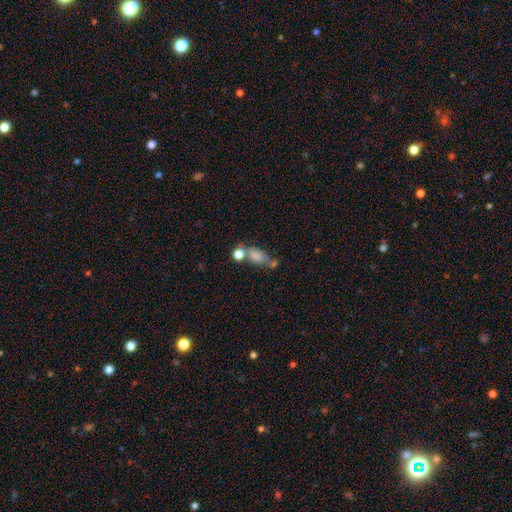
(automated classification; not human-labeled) smooth 73%, featured or disk 15%, star or artifact 12%. Down the decision tree: how rounded — in between (69%); merging — merger (39%).